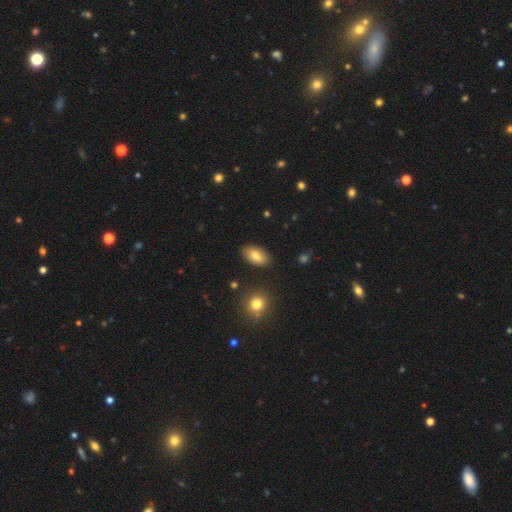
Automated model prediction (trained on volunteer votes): Morphology: type=smooth (79%); roundness=in between (93%); merging=none (87%).